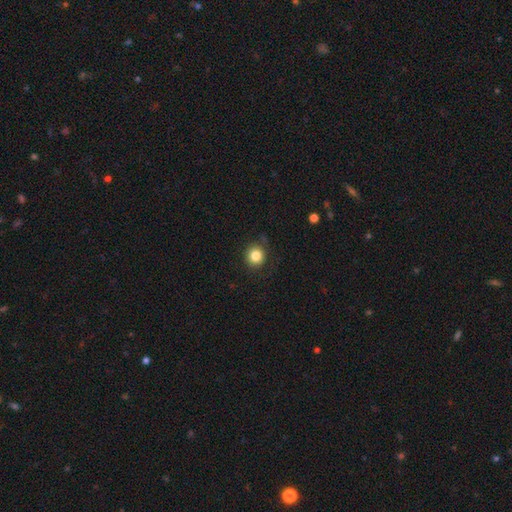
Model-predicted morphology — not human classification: This appears to be a smooth galaxy with no disk features (83%) that is round (91%). Merging: none (85%).